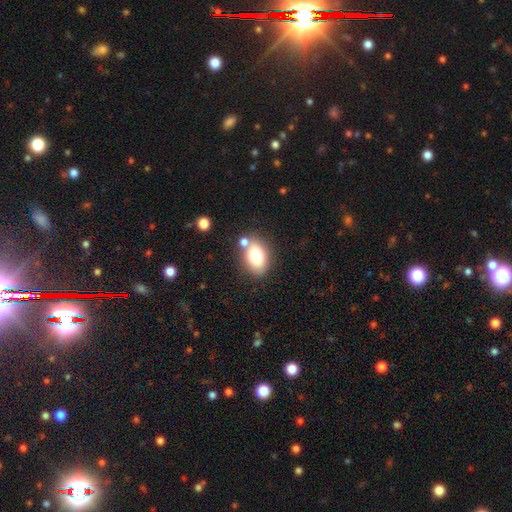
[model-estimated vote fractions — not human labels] Q: Smooth or featured?
A: smooth (77%); runner-up: featured or disk (14%)
Q: How rounded?
A: in between (82%); runner-up: round (16%)
Q: Merging?
A: none (69%); runner-up: merger (14%)